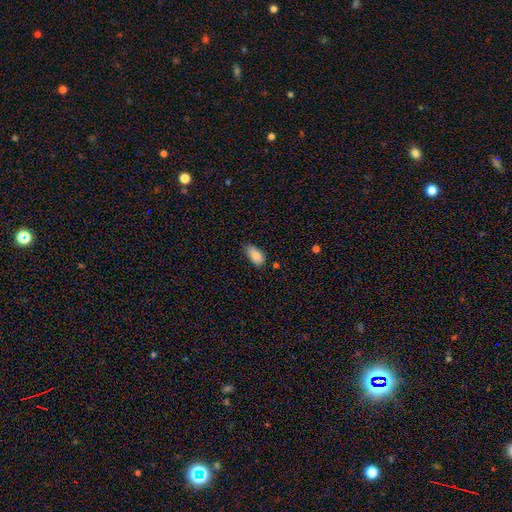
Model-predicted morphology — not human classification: Smooth or featured?
  - smooth: 86% *
  - star or artifact: 8%
  - featured or disk: 6%
How rounded?
  - in between: 93% *
  - cigar-shaped: 4%
  - round: 3%
Merging?
  - none: 66% *
  - minor disturbance: 28%
  - major disturbance: 4%
  - merger: 2%